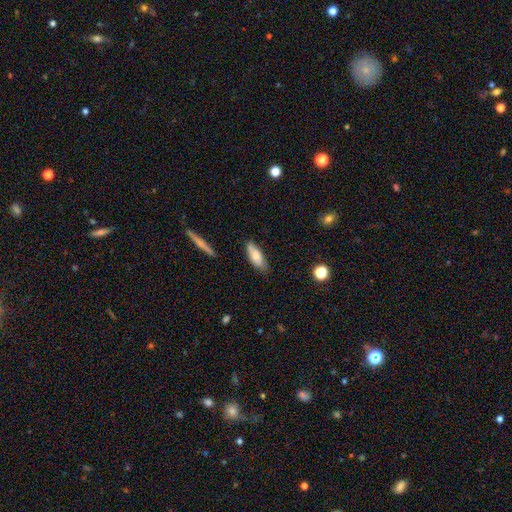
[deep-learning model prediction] The model was most divided on "how rounded": in between: 70%, cigar-shaped: 28%, round: 2%. More confident: merging — none (75%); smooth or featured — smooth (75%).